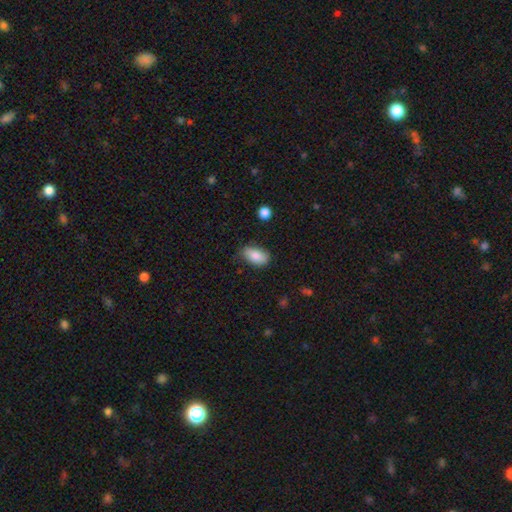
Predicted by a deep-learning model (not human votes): A smooth galaxy with no disk features (84%) that is in between round and cigar-shaped (91%). Merging: none (72%).